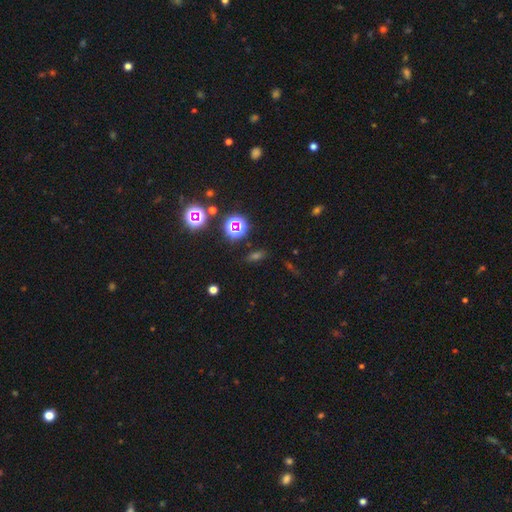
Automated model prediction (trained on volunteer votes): This appears to be a star or artifact, not a galaxy (51%).